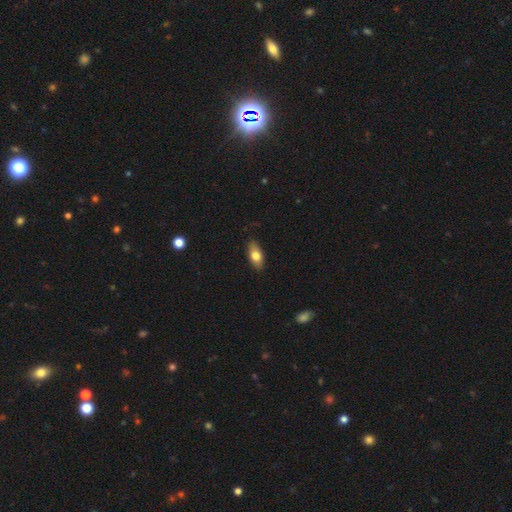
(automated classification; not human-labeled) The model was most divided on "smooth or featured": smooth: 76%, featured or disk: 18%, star or artifact: 6%. More confident: how rounded — in between (86%); merging — none (85%).